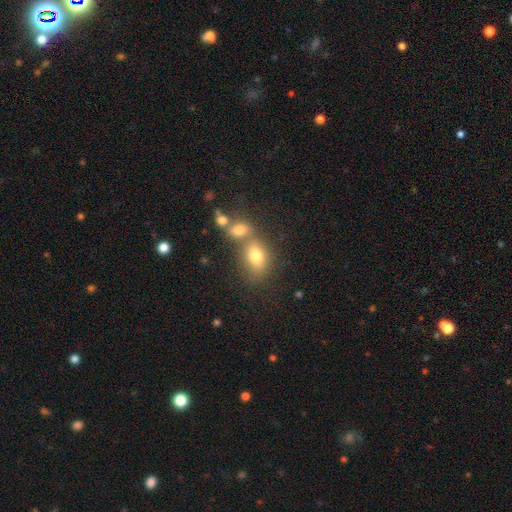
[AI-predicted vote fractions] A smooth galaxy with no disk features (75%) that is in between round and cigar-shaped (76%).

Vote fractions:
- Smooth or featured? smooth: 75% / featured or disk: 14% / star or artifact: 11%
- How rounded? in between: 76% / round: 21% / cigar-shaped: 2%
- Merging? merger: 44% / none: 39% / minor disturbance: 11% / major disturbance: 5%